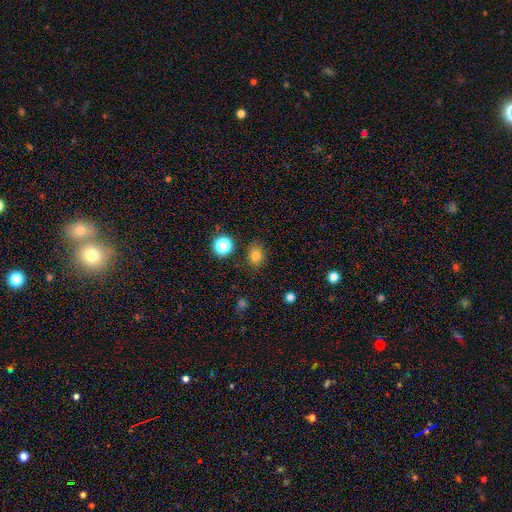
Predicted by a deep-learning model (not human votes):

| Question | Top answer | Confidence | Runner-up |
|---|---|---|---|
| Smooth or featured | smooth | 79% | star or artifact (15%) |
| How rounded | round | 56% | in between (42%) |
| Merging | none | 85% | minor disturbance (10%) |